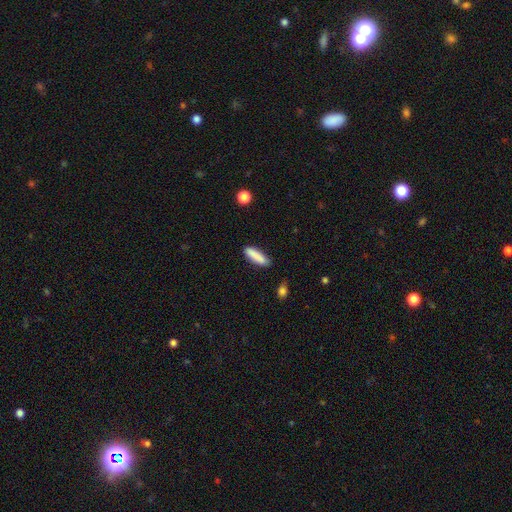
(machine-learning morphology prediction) type=smooth (87%); roundness=cigar-shaped (68%); merging=none (84%).